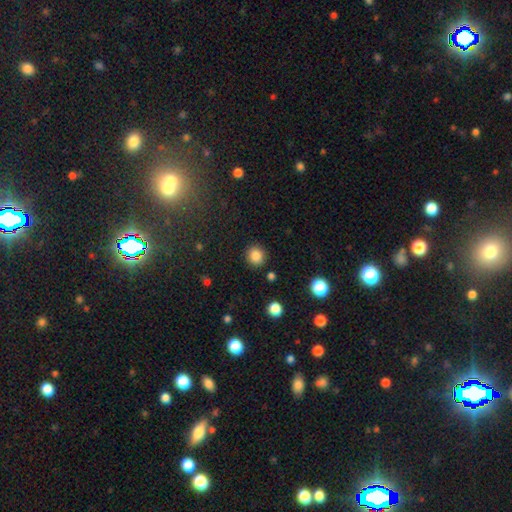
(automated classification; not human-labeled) smooth-or-featured: smooth: 85% | star or artifact: 10% | featured or disk: 4%
  how-rounded: round: 90% | in between: 9% | cigar-shaped: 1%
  merging: none: 90% | minor disturbance: 6% | major disturbance: 2% | merger: 2%